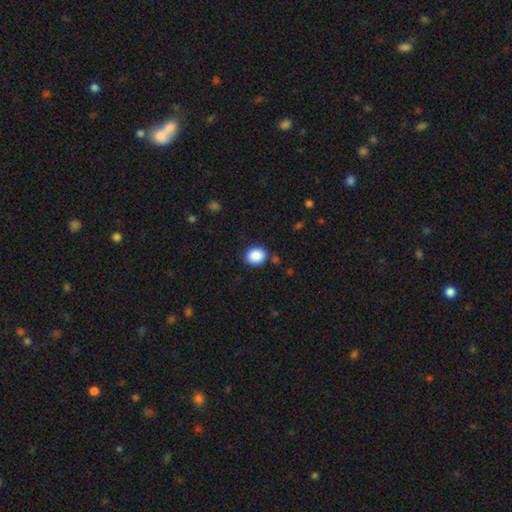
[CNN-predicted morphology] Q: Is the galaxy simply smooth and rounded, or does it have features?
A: smooth — 89%.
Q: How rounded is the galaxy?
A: round — 59%.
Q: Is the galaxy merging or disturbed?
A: none — 83%.